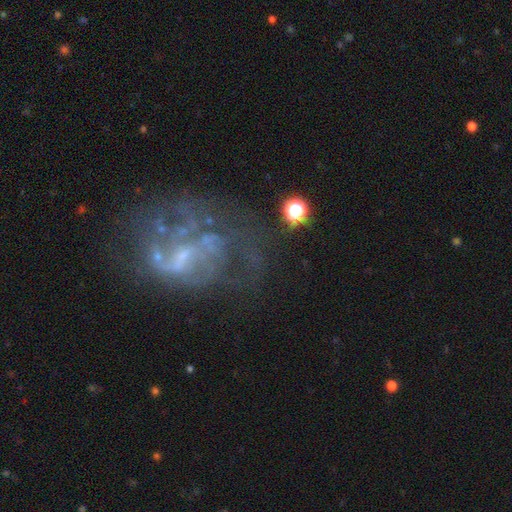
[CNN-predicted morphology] This appears to be a featured or disk galaxy (69%) with no bar (63%), no spiral arms (58%) and no central bulge (42%, tied with small). Merging: none (38%).